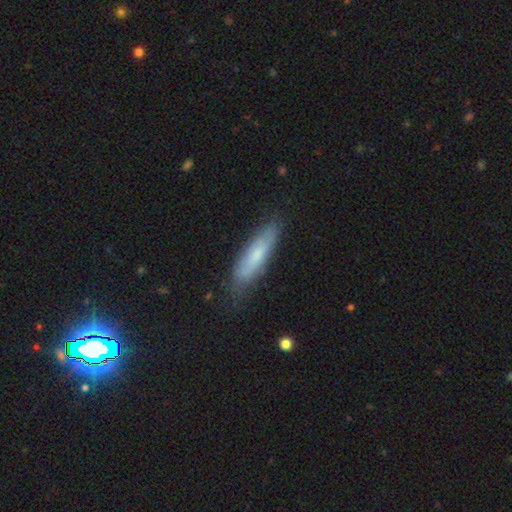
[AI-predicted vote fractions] Smooth or featured?
  - smooth: 66% *
  - featured or disk: 28%
  - star or artifact: 6%
How rounded?
  - cigar-shaped: 68% *
  - in between: 30%
  - round: 2%
Merging?
  - none: 74% *
  - minor disturbance: 20%
  - major disturbance: 4%
  - merger: 2%